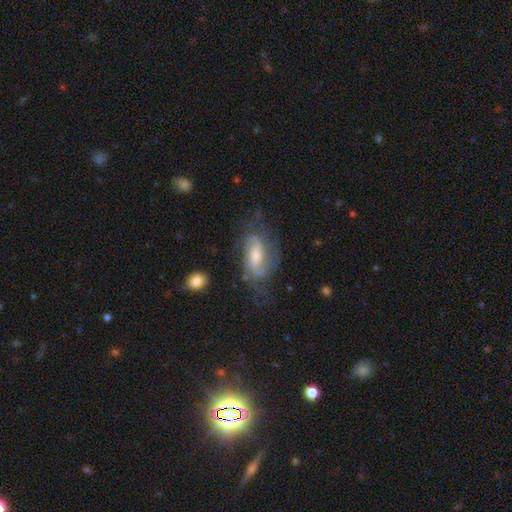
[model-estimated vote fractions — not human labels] Smooth or featured: featured or disk — 79% (smooth — 14%)
Edge-on disk: no — 94% (yes — 6%)
Bar: weak — 47% (no — 37%)
Spiral arms: yes — 93% (no — 7%)
Spiral winding: medium — 46% (tight — 34%)
Spiral arm count: 2 — 57% (can't tell — 22%)
Bulge size: moderate — 48% (small — 39%)
Merging: none — 61% (minor disturbance — 21%)